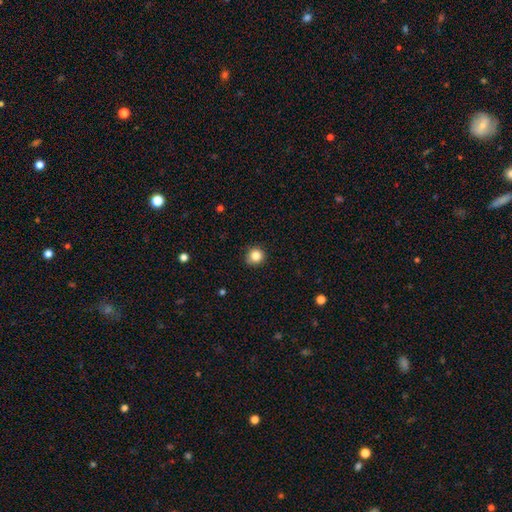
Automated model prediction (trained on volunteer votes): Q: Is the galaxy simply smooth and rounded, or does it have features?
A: smooth — 84%.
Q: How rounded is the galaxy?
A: round — 92%.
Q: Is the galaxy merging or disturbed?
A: none — 86%.